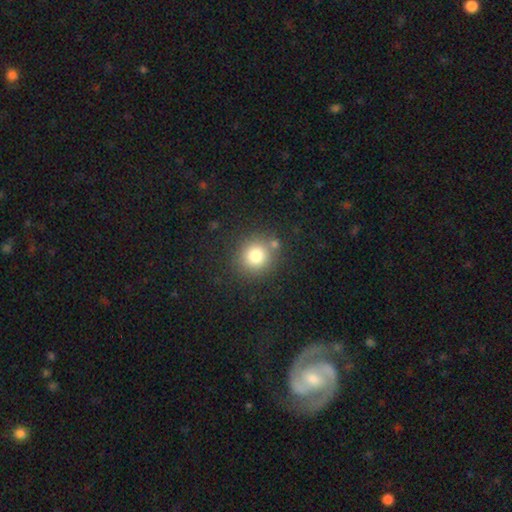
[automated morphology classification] Q: Smooth or featured?
A: smooth (80%); runner-up: star or artifact (12%)
Q: How rounded?
A: round (90%); runner-up: in between (9%)
Q: Merging?
A: none (79%); runner-up: minor disturbance (9%)